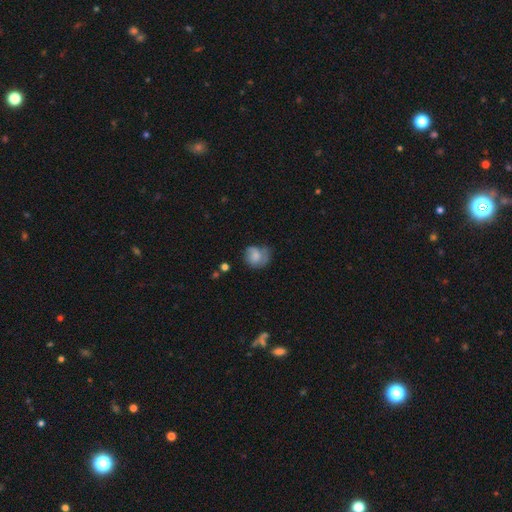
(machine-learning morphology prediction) A smooth galaxy with no disk features (69%) that is round (69%).

Vote fractions:
- Smooth or featured? smooth: 69% / featured or disk: 22% / star or artifact: 9%
- How rounded? round: 69% / in between: 30% / cigar-shaped: 1%
- Merging? none: 42% / minor disturbance: 35% / major disturbance: 20% / merger: 4%